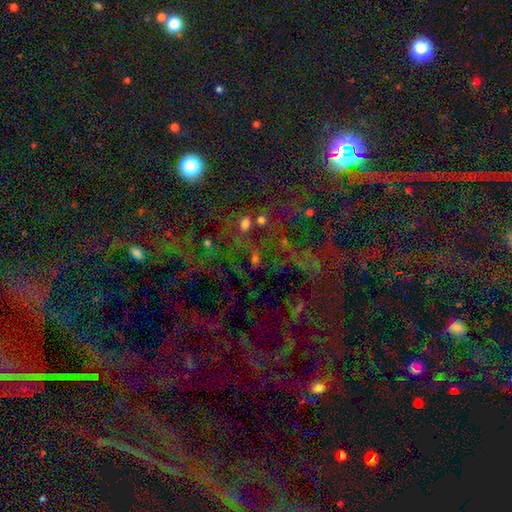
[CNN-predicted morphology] The model was most divided on "smooth or featured": star or artifact: 64%, smooth: 24%, featured or disk: 12%.